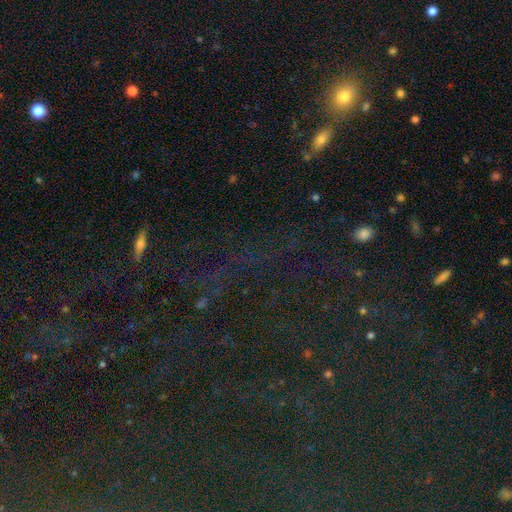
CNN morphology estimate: Smooth or featured? star or artifact (73%)